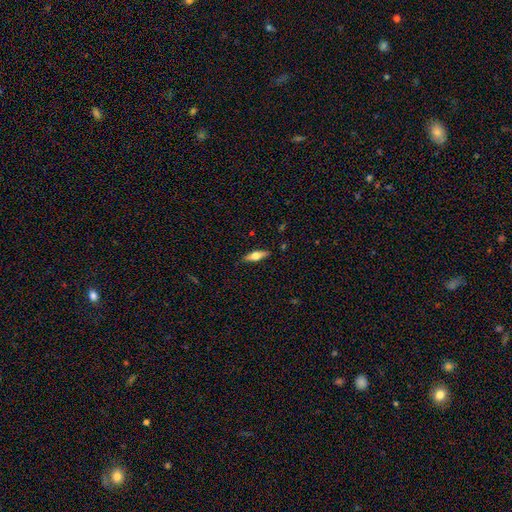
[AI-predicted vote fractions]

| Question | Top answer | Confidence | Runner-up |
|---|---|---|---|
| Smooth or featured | smooth | 48% | featured or disk (46%) |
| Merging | none | 85% | minor disturbance (12%) |